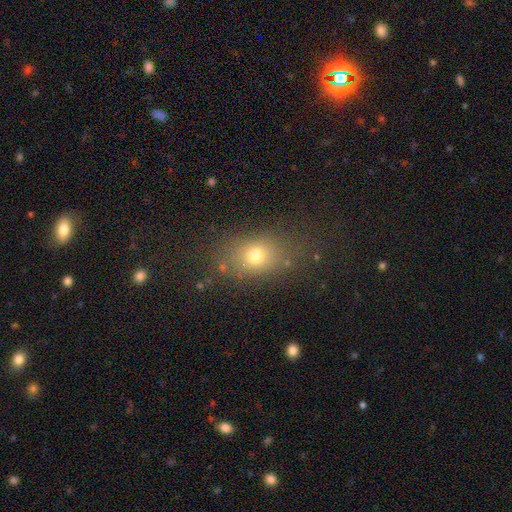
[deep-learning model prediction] A smooth galaxy with no disk features (73%) that is in between round and cigar-shaped (63%). Merging: none (73%).